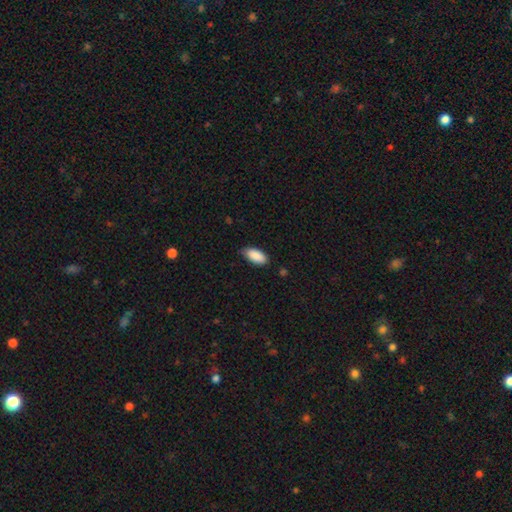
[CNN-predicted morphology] A smooth galaxy with no disk features (89%) that is in between round and cigar-shaped (92%). Merging: none (74%).